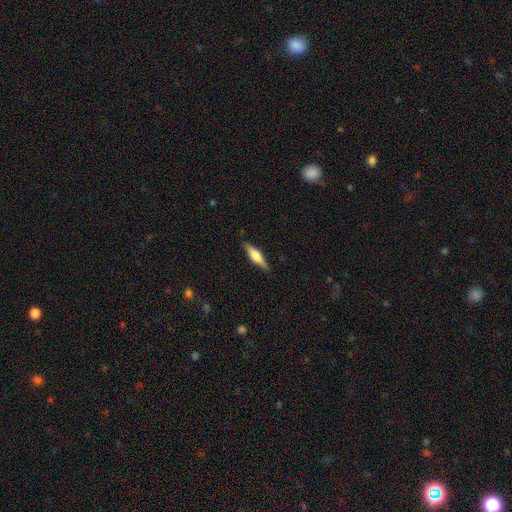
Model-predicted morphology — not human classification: Overall: featured or disk (50%; smooth 44%). Merging: none (87%).